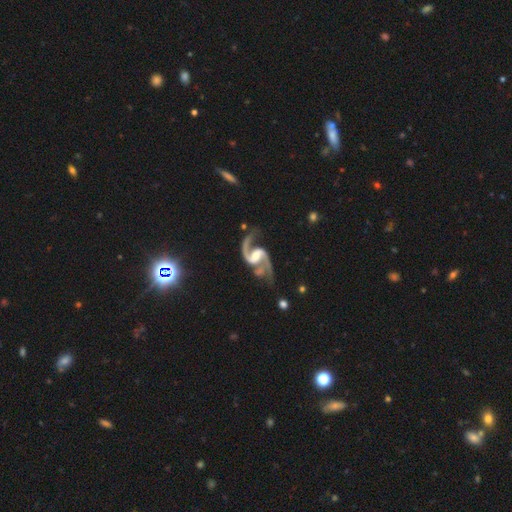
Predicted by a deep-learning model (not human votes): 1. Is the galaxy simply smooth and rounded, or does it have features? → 94% featured or disk, 4% star or artifact, 2% smooth.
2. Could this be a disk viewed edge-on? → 98% no, 2% yes.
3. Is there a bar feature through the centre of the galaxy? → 48% weak, 30% strong, 22% no.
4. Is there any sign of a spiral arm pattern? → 98% yes, 2% no.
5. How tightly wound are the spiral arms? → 48% medium, 44% loose, 8% tight.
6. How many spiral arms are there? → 93% 2, 2% 3, 2% 1, 1% can't tell, 1% 4, 1% more than 4.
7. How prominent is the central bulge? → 47% moderate, 31% small, 10% none, 9% large, 2% dominant.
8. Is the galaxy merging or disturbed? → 61% none, 19% minor disturbance, 15% major disturbance, 5% merger.